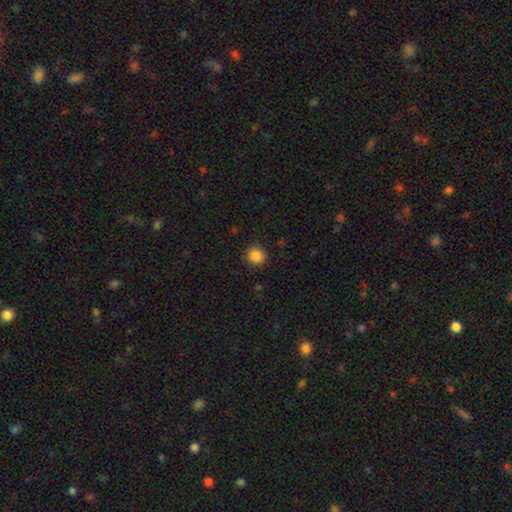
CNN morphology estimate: type=smooth (86%); roundness=round (90%); merging=none (88%).